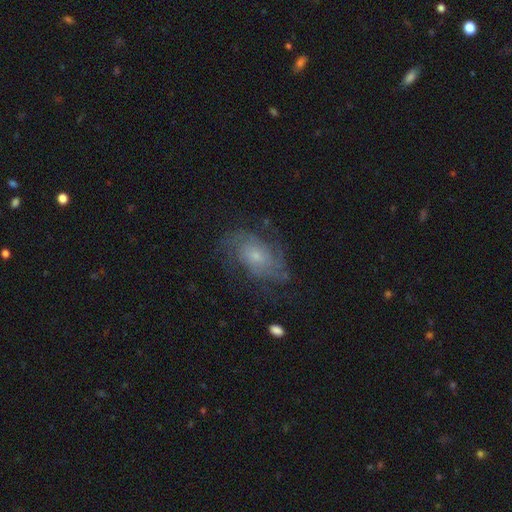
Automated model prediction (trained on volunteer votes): Smooth or featured? featured or disk (72%)
Edge-on disk? no (96%)
Bar? no (74%)
Spiral arms? yes (89%)
Spiral winding? tight (44%)
Spiral arm count? can't tell (36%)
Bulge size? small (61%)
Merging? none (67%)